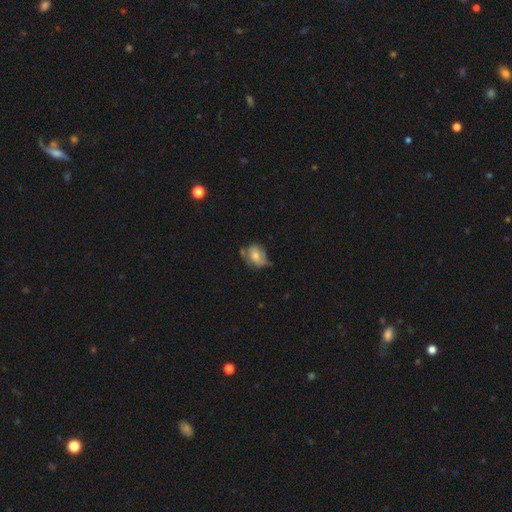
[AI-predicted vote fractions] smooth 57%, featured or disk 34%, star or artifact 9%. Down the decision tree: how rounded — in between (62%); merging — none (43%).